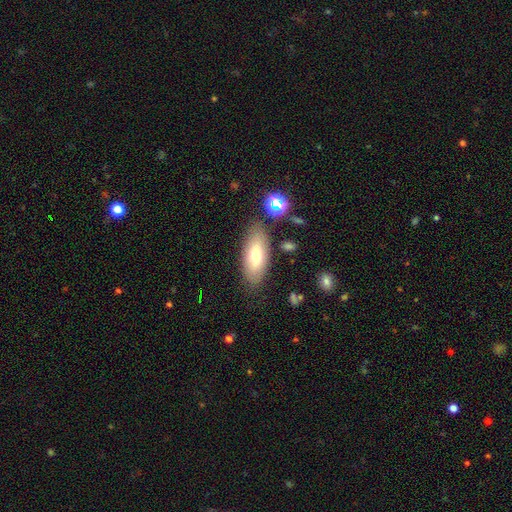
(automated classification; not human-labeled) The model was most divided on "smooth or featured": smooth: 68%, featured or disk: 24%, star or artifact: 9%. More confident: merging — none (81%); how rounded — in between (79%).